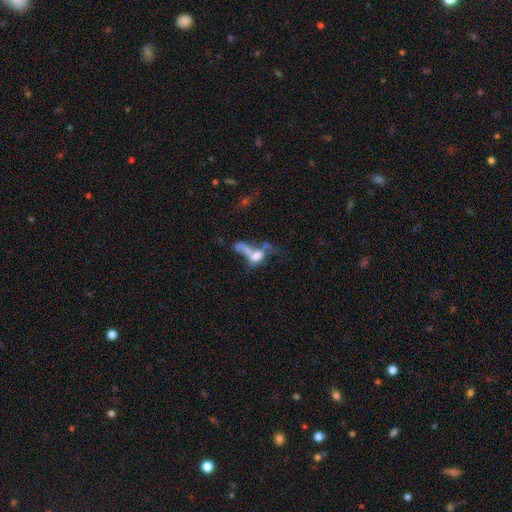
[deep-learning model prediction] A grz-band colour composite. It shows a featured or disk galaxy (44%). Merging: merger (51%).